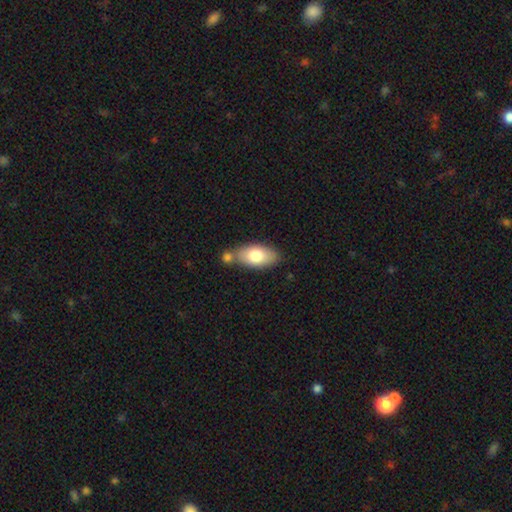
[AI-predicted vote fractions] Overall: smooth (76%). How rounded: in between (91%). Merging: none (58%; merger 24%).